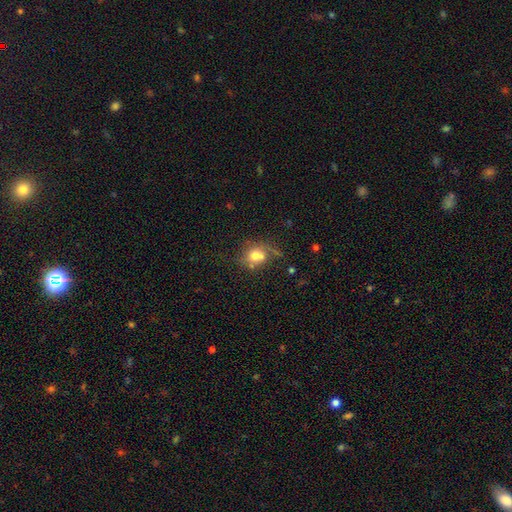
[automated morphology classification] Smooth or featured: smooth — 68% (featured or disk — 20%)
How rounded: round — 63% (in between — 36%)
Merging: none — 44% (minor disturbance — 21%)